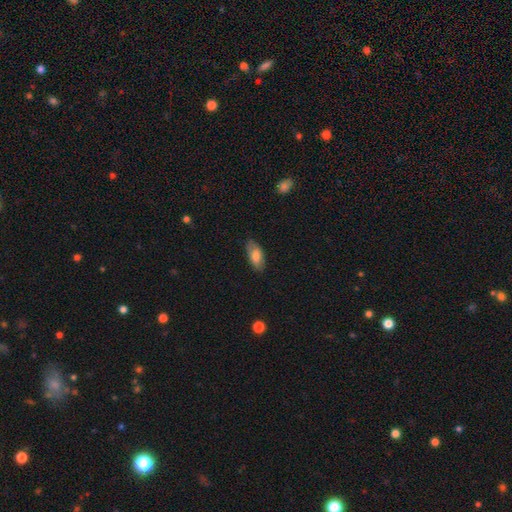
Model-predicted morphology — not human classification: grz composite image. It shows a smooth galaxy with no disk features (77%) that is in between round and cigar-shaped (89%). Merging: none (79%).